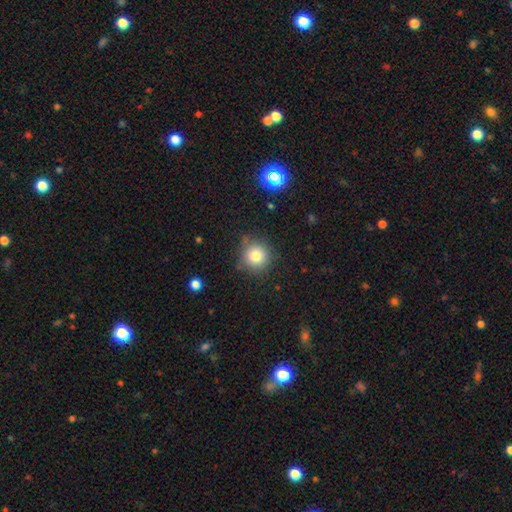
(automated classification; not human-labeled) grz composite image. It shows a smooth galaxy with no disk features (80%) that is round (93%). Merging: none (80%).